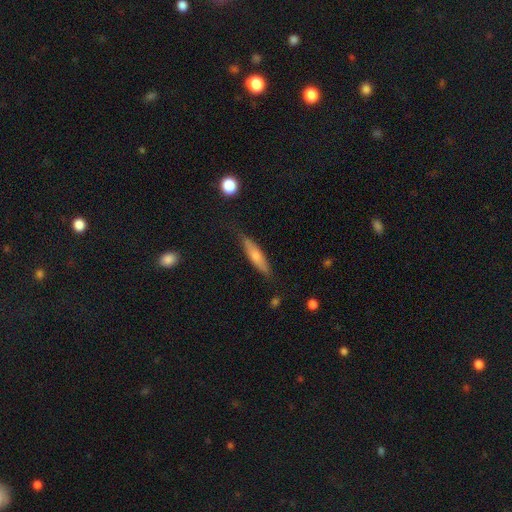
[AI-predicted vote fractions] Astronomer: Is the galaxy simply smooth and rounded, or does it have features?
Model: smooth — 61%.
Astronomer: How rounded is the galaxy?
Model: cigar-shaped — 75%.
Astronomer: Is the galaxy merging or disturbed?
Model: none — 77%.